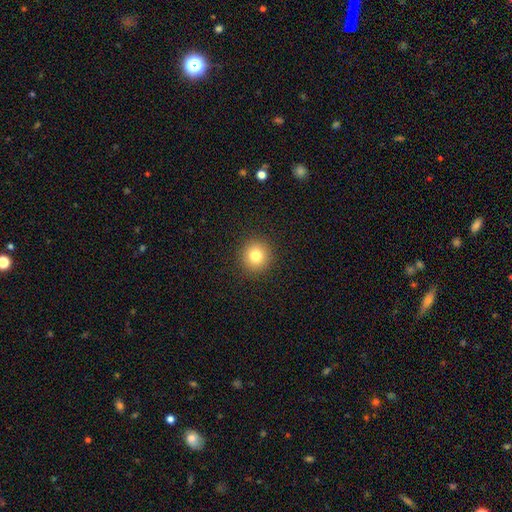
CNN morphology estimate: smooth_or_featured: smooth (p=0.81) [alt: star or artifact p=0.12]
how_rounded: round (p=0.93) [alt: in between p=0.06]
merging: none (p=0.92) [alt: minor disturbance p=0.05]